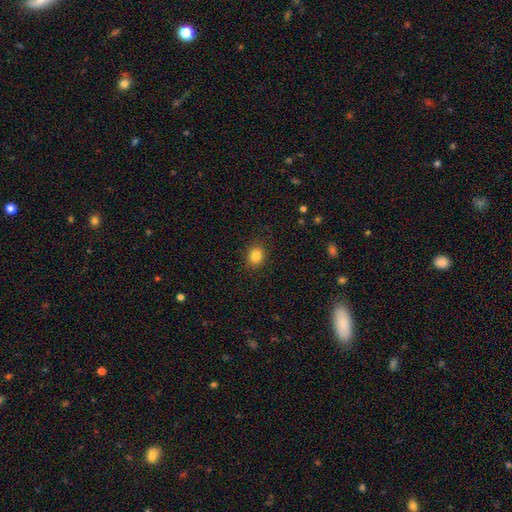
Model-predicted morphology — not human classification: This appears to be a smooth galaxy with no disk features (84%) that is round (66%). Merging: none (88%).